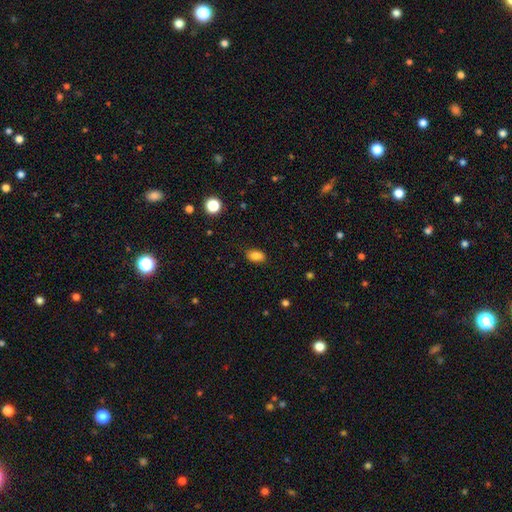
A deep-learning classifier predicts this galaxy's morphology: Overall: smooth (84%). How rounded: in between (86%). Merging: none (81%).